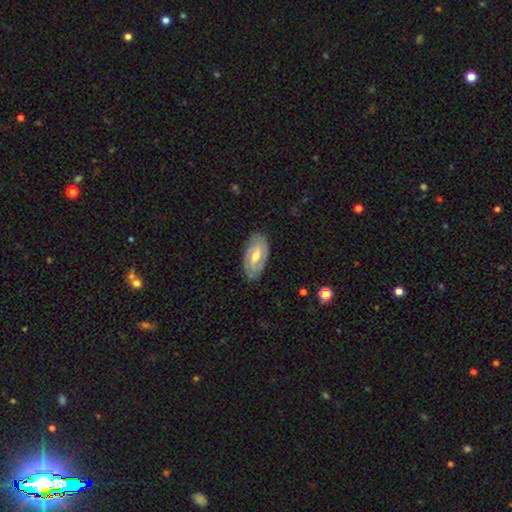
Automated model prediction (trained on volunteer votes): This appears to be a featured or disk galaxy (60%) with a weak bar (51%), spiral arms (75%) and a moderate central bulge (66%). Merging: none (84%).